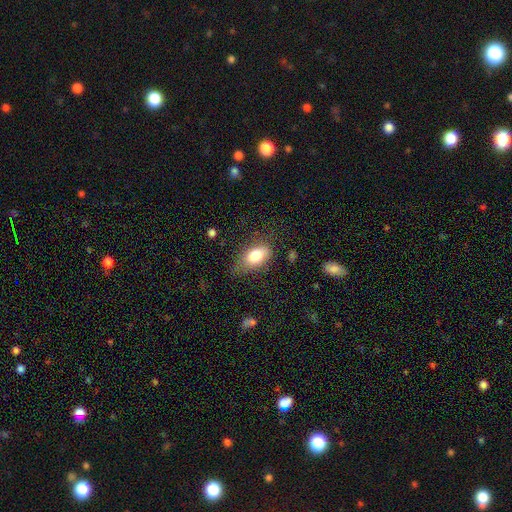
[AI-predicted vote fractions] Q: Smooth or featured?
A: smooth (79%); runner-up: featured or disk (13%)
Q: How rounded?
A: in between (89%); runner-up: round (7%)
Q: Merging?
A: none (62%); runner-up: minor disturbance (27%)